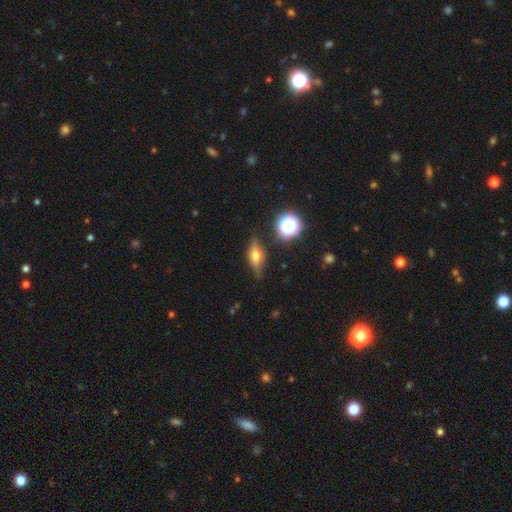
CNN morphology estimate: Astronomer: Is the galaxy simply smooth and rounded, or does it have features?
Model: featured or disk — 49% (runner-up: smooth, 38%).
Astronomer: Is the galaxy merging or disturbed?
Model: none — 79%.